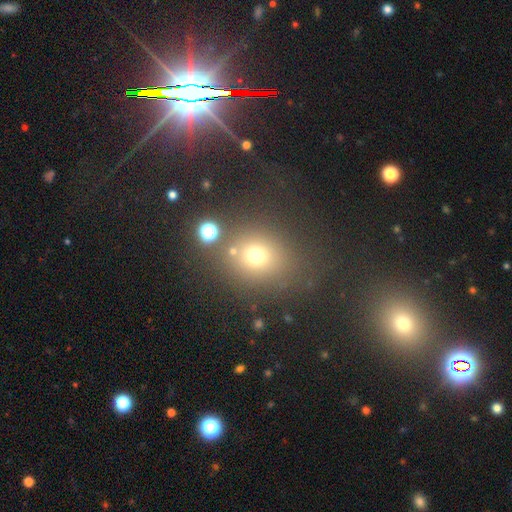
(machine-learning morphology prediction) Smooth or featured? Predicted: smooth (p=0.67). How rounded? Predicted: round (p=0.73). Merging? Predicted: none (p=0.71).